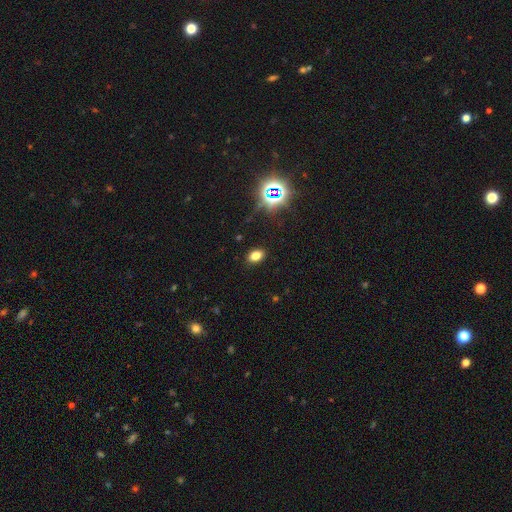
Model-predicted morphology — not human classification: This appears to be a smooth galaxy with no disk features (74%) that is in between round and cigar-shaped (83%). Merging: none (88%).